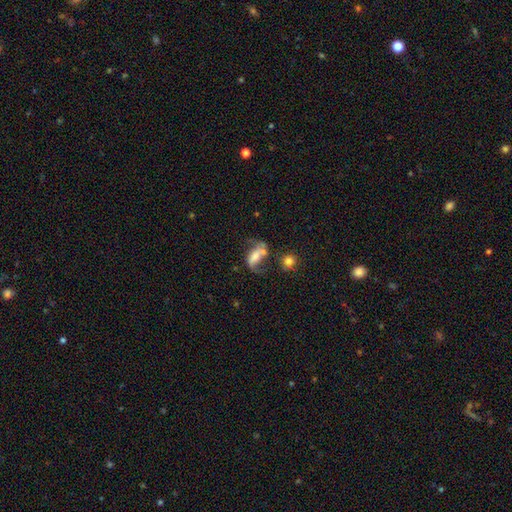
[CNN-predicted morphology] Smooth or featured: featured or disk — 55% (smooth — 34%)
Edge-on disk: no — 93% (yes — 7%)
Bar: no — 42% (weak — 33%)
Spiral arms: yes — 75% (no — 25%)
Bulge size: moderate — 33% (small — 27%)
Merging: none — 32% (major disturbance — 30%)